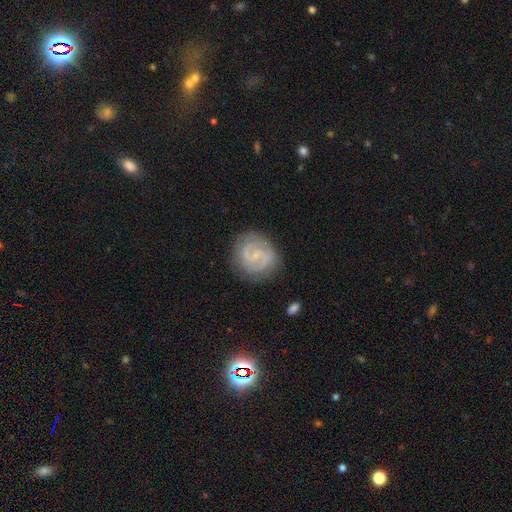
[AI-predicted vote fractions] smooth_or_featured: featured or disk (p=0.79) [alt: smooth p=0.14]
disk_edge_on: no (p=0.98) [alt: yes p=0.02]
bar: weak (p=0.50) [alt: no p=0.38]
has_spiral_arms: yes (p=0.95) [alt: no p=0.05]
spiral_winding: tight (p=0.44) [alt: medium p=0.43]
spiral_arm_count: 2 (p=0.83) [alt: can't tell p=0.08]
bulge_size: small (p=0.72) [alt: moderate p=0.13]
merging: none (p=0.83) [alt: minor disturbance p=0.12]